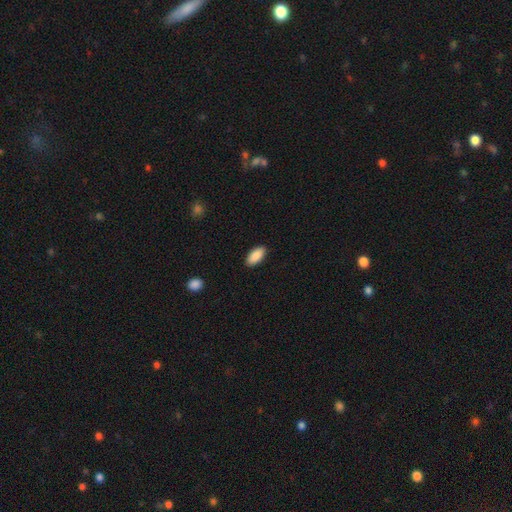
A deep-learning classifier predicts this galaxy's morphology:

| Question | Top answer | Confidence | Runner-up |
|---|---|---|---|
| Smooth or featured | smooth | 90% | star or artifact (6%) |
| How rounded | in between | 91% | cigar-shaped (7%) |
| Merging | none | 89% | minor disturbance (8%) |